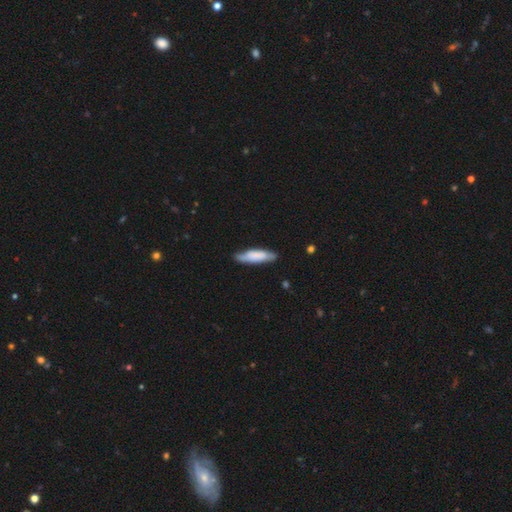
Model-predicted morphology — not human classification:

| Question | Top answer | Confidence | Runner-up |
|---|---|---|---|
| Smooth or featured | smooth | 72% | featured or disk (23%) |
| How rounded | cigar-shaped | 66% | in between (33%) |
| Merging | none | 74% | minor disturbance (20%) |